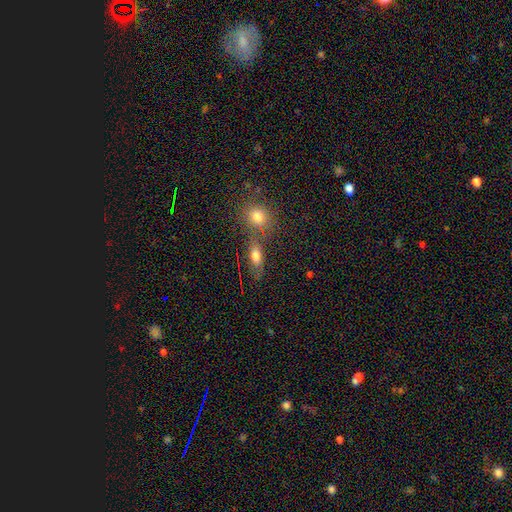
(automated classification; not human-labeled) Smooth or featured: smooth — 73% (featured or disk — 15%)
How rounded: in between — 71% (round — 17%)
Merging: none — 59% (merger — 22%)